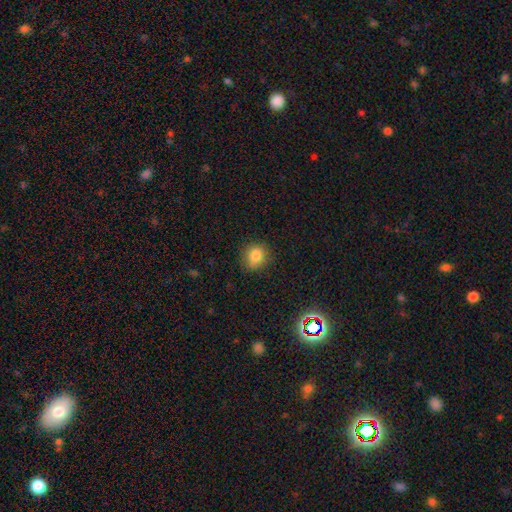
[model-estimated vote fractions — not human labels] Q: Smooth or featured?
A: smooth (82%); runner-up: star or artifact (11%)
Q: How rounded?
A: round (77%); runner-up: in between (22%)
Q: Merging?
A: none (81%); runner-up: minor disturbance (14%)